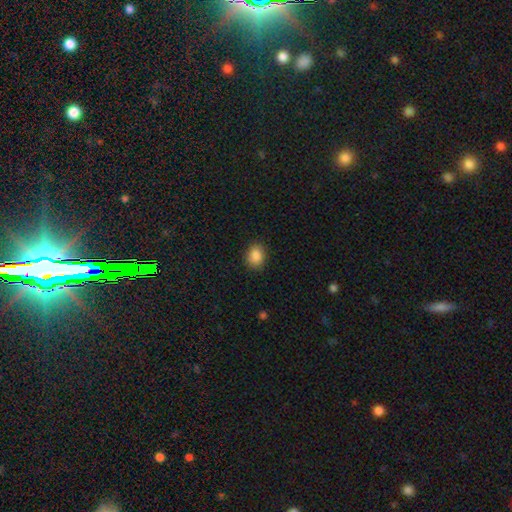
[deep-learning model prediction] A smooth galaxy with no disk features (88%) that is in between round and cigar-shaped (51%).

Vote fractions:
- Smooth or featured? smooth: 88% / star or artifact: 9% / featured or disk: 4%
- How rounded? in between: 51% / round: 48% / cigar-shaped: 1%
- Merging? none: 87% / minor disturbance: 10% / major disturbance: 2% / merger: 1%